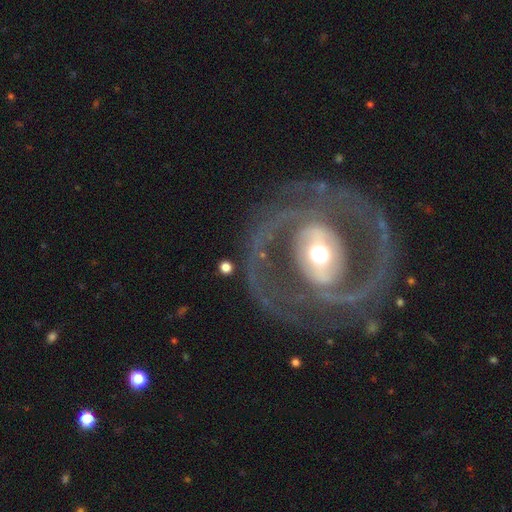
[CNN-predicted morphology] Smooth or featured? Predicted: featured or disk (p=0.90). Edge-on disk? Predicted: no (p=0.97). Bar? Predicted: strong (p=0.41). Spiral arms? Predicted: yes (p=0.94). Spiral winding? Predicted: medium (p=0.48). Spiral arm count? Predicted: 2 (p=0.87). Bulge size? Predicted: moderate (p=0.63). Merging? Predicted: none (p=0.79).